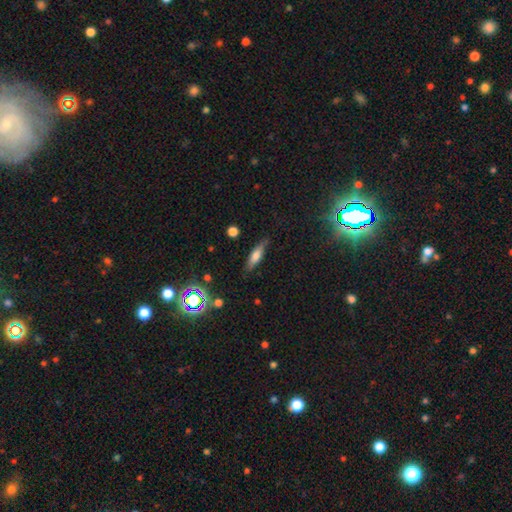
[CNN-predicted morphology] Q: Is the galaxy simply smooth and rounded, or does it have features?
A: smooth — 58%.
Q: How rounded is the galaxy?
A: cigar-shaped — 63%.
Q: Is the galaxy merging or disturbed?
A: none — 80%.